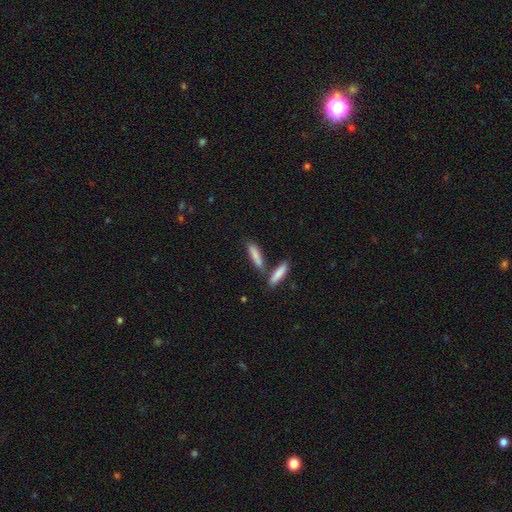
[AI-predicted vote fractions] Overall: smooth (80%). How rounded: cigar-shaped (71%). Merging: none (58%; merger 27%).